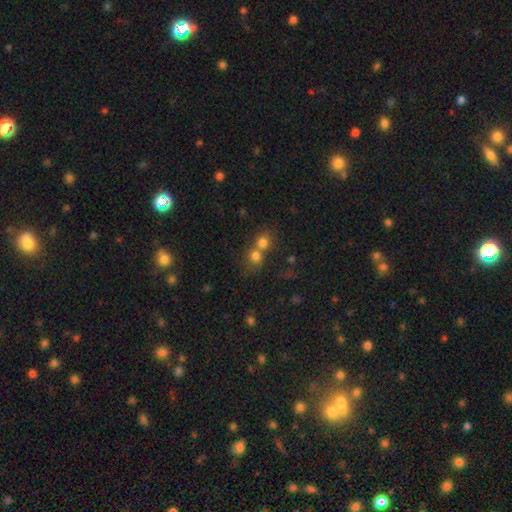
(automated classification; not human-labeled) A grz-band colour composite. It shows a smooth galaxy with no disk features (74%) that is round (81%). Merging: merger (58%).